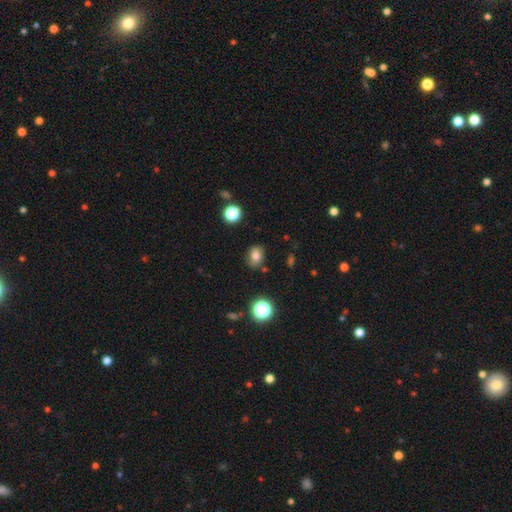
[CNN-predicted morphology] This is likely a smooth galaxy (76%). How rounded: possibly round (53%). Merging: clearly none (80%).